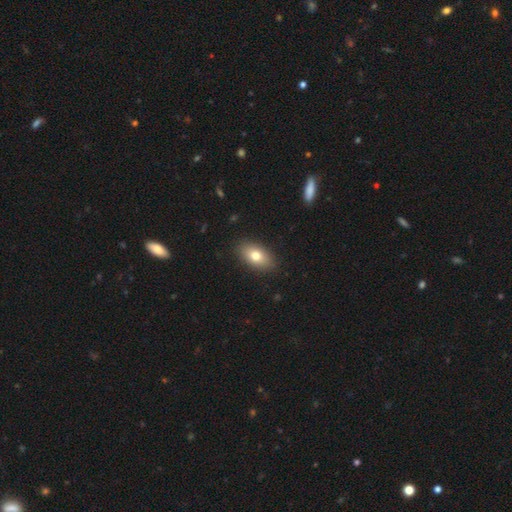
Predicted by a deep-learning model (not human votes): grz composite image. It shows a smooth galaxy with no disk features (76%) that is in between round and cigar-shaped (90%). Merging: none (88%).